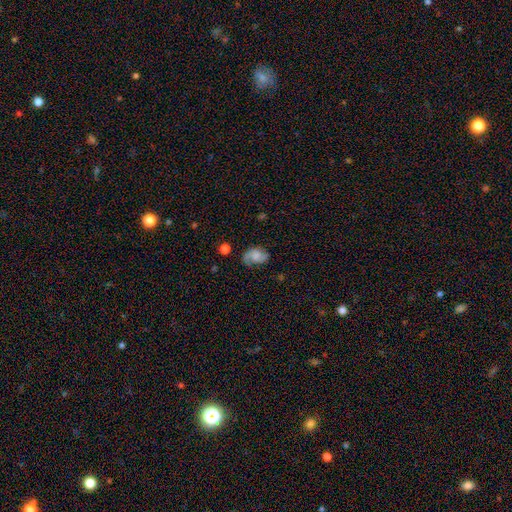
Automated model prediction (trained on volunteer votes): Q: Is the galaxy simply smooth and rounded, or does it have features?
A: featured or disk — 55%.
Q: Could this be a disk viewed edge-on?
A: no — 97%.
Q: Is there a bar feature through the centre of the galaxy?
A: no — 67%.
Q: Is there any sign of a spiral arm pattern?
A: yes — 90%.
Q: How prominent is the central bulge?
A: none — 37%.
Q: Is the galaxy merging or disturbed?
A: none — 64%.